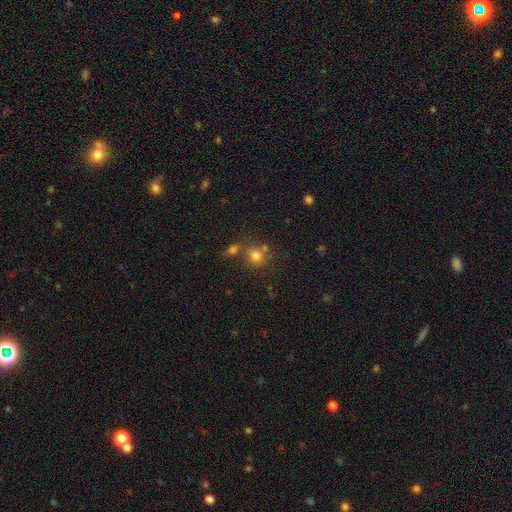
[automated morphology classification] Smooth or featured? Predicted: smooth (p=0.77). How rounded? Predicted: round (p=0.70). Merging? Predicted: none (p=0.55).